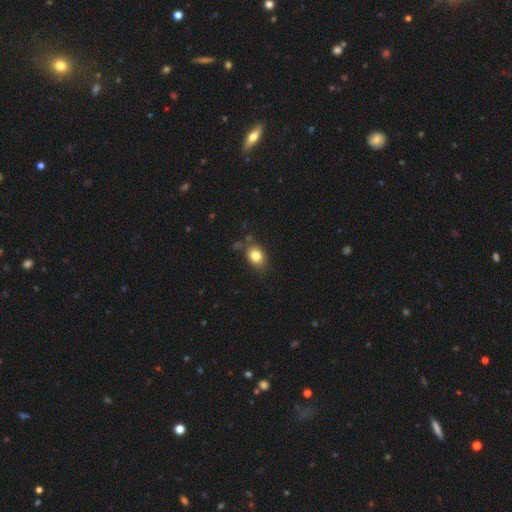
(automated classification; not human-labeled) A smooth galaxy with no disk features (82%) that is in between round and cigar-shaped (57%). Merging: none (73%).